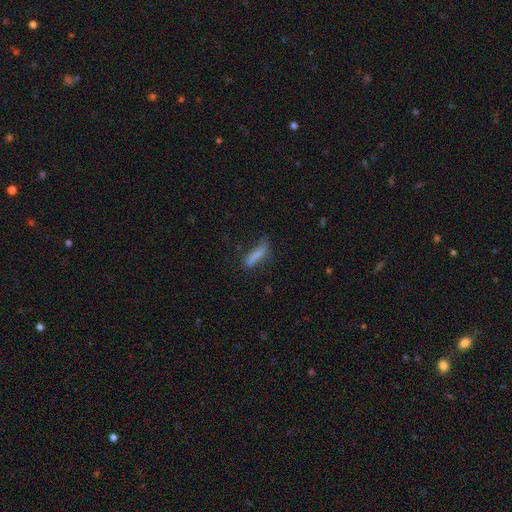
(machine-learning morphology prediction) This is likely a smooth galaxy (79%). How rounded: likely cigar-shaped (78%). Merging: likely none (63%).